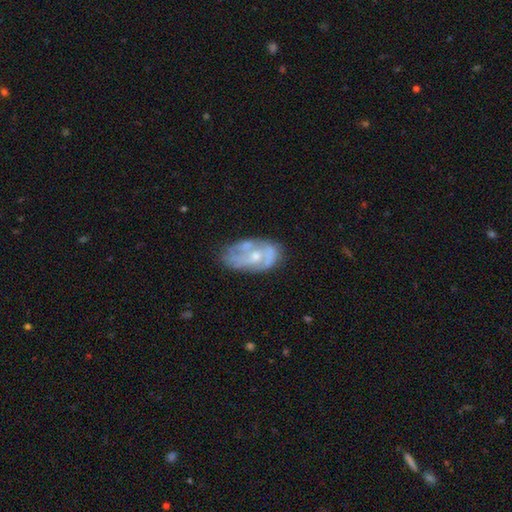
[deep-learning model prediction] A featured or disk galaxy (68%) with no bar (69%), spiral arms (61%) and a small central bulge (48%).

Vote fractions:
- Smooth or featured? featured or disk: 68% / smooth: 24% / star or artifact: 7%
- Edge-on disk? no: 95% / yes: 5%
- Bar? no: 69% / weak: 26% / strong: 5%
- Spiral arms? yes: 61% / no: 39%
- Bulge size? small: 48% / moderate: 43% / none: 6% / large: 2% / dominant: 1%
- Merging? none: 54% / minor disturbance: 26% / major disturbance: 14% / merger: 6%